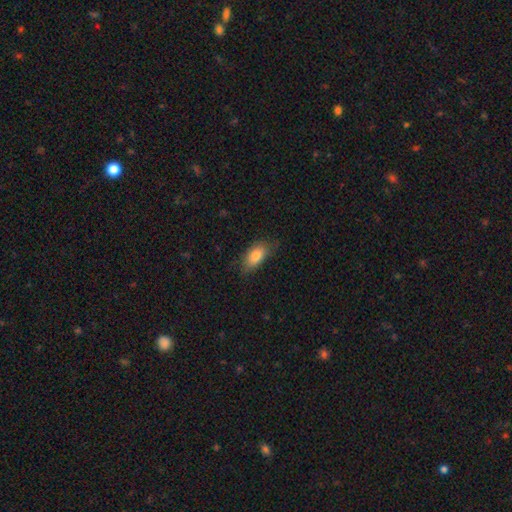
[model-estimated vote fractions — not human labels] This is clearly a smooth galaxy (82%). How rounded: clearly in between (88%). Merging: likely none (74%).